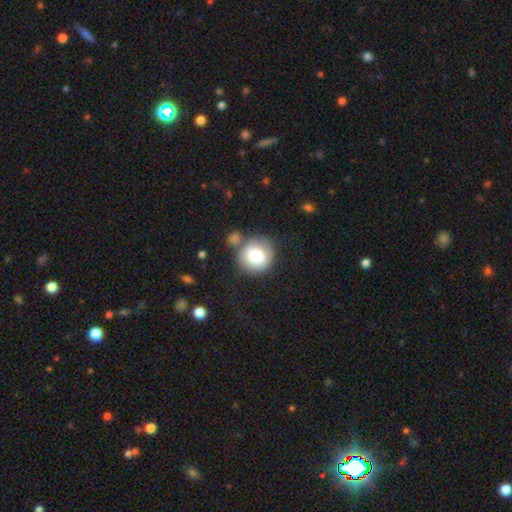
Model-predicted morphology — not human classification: This appears to be a smooth galaxy with no disk features (79%) that is round (91%). Merging: none (67%).